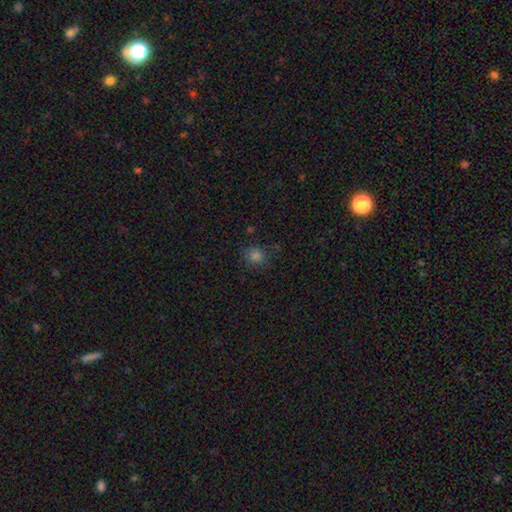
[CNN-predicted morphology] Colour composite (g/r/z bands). It shows a smooth galaxy with no disk features (76%) that is round (79%). Merging: none (80%).